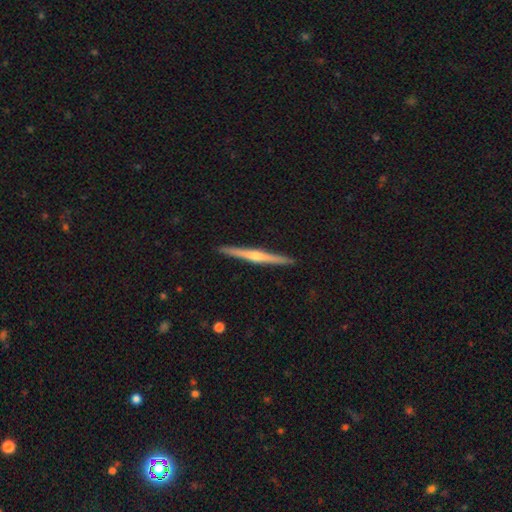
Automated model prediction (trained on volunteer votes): smooth-or-featured: featured or disk: 77% | smooth: 18% | star or artifact: 5%
  disk-edge-on: yes: 98% | no: 2%
    edge-on-bulge: rounded: 81% | none: 13% | boxy: 6%
  merging: none: 93% | minor disturbance: 5% | major disturbance: 1% | merger: 1%